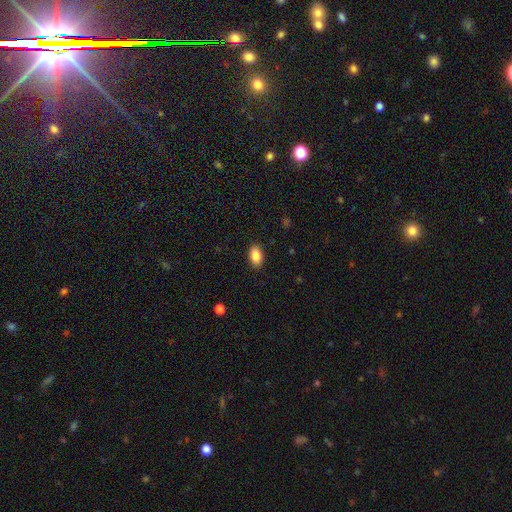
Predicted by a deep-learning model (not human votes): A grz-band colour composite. It shows a smooth galaxy with no disk features (87%) that is in between round and cigar-shaped (91%). Merging: none (89%).